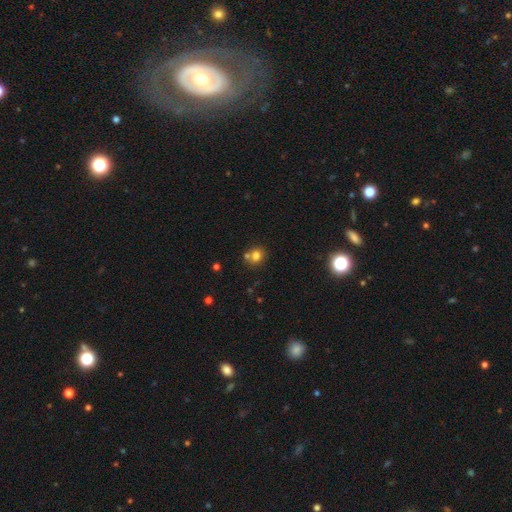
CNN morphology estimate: This is likely a smooth galaxy (78%). How rounded: likely round (79%). Merging: likely none (60%).